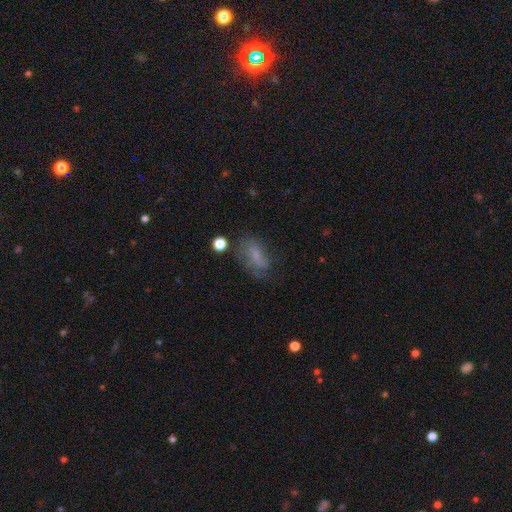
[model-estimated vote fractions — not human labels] Smooth or featured? smooth (55%)
How rounded? in between (83%)
Merging? none (49%)